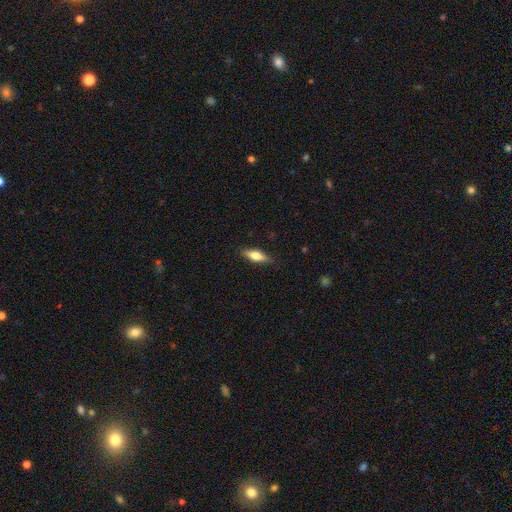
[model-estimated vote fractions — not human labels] Smooth or featured?
  - smooth: 60% *
  - featured or disk: 33%
  - star or artifact: 6%
How rounded?
  - cigar-shaped: 50% *
  - in between: 47%
  - round: 3%
Merging?
  - none: 86% *
  - minor disturbance: 10%
  - major disturbance: 2%
  - merger: 1%